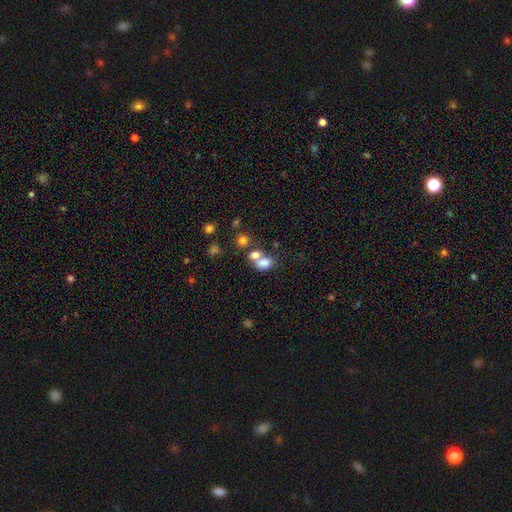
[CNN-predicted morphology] Smooth or featured: smooth — 74% (star or artifact — 13%)
How rounded: in between — 66% (round — 33%)
Merging: merger — 52% (none — 33%)